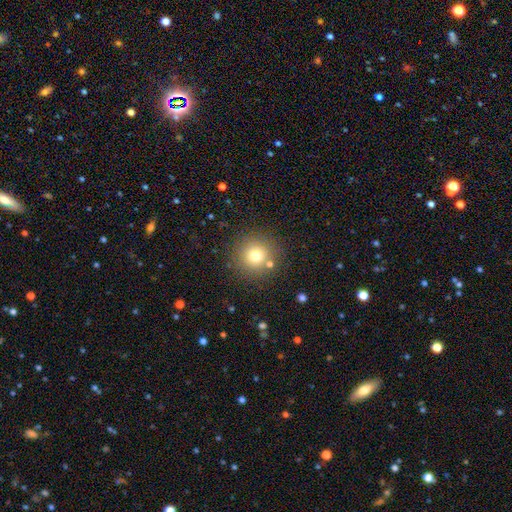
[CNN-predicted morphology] This appears to be a smooth galaxy with no disk features (74%) that is round (95%). Merging: none (83%).